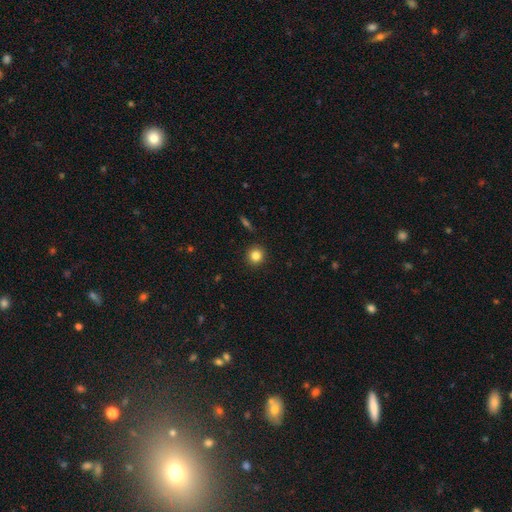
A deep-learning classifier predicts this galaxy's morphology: type=smooth (84%); roundness=round (93%); merging=none (92%).